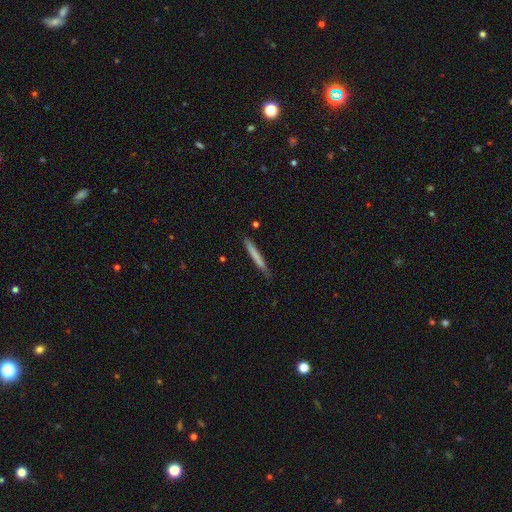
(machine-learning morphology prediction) type=smooth (69%); roundness=cigar-shaped (96%); merging=none (84%).